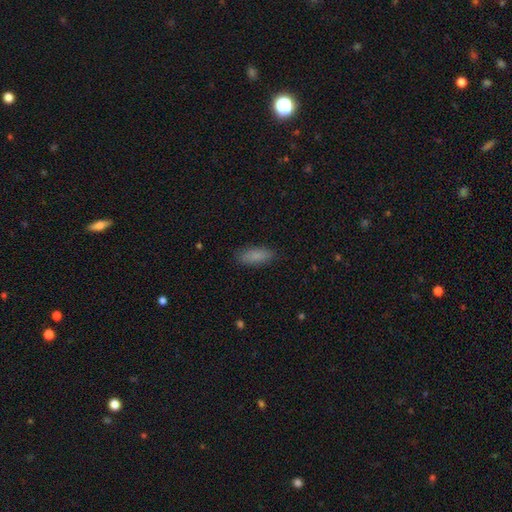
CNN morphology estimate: A smooth galaxy with no disk features (85%) that is in between round and cigar-shaped (70%). Merging: none (87%).